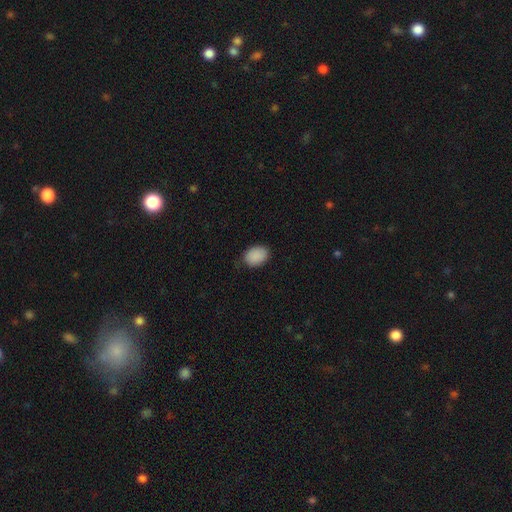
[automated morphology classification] This appears to be a smooth galaxy with no disk features (90%) that is in between round and cigar-shaped (81%). Merging: none (80%).